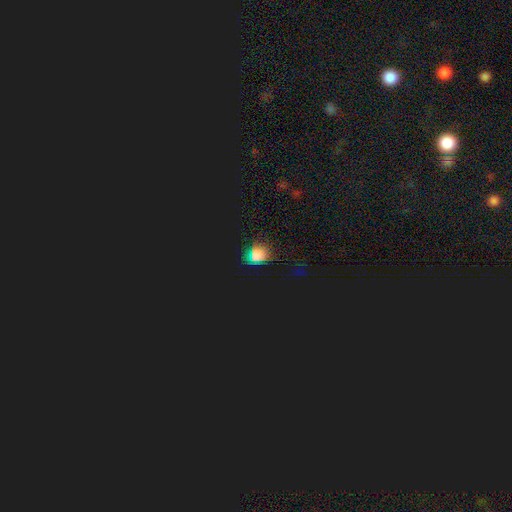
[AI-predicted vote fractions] Smooth or featured? star or artifact (59%)